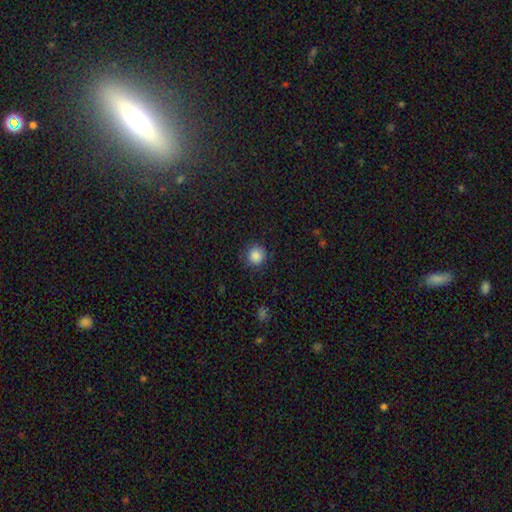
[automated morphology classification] Smooth or featured? smooth (86%)
How rounded? round (93%)
Merging? none (88%)